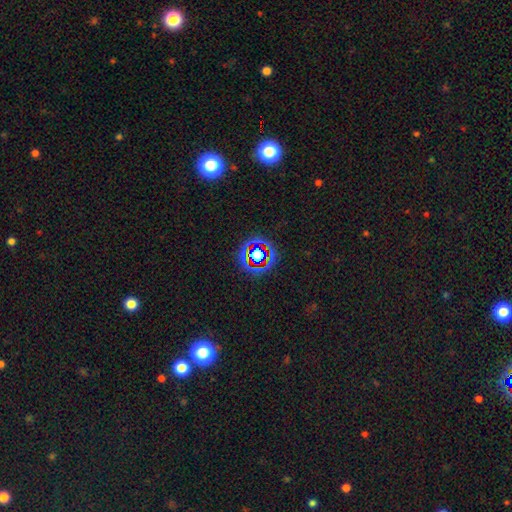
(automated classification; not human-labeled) Overall: star or artifact (58%; smooth 28%).